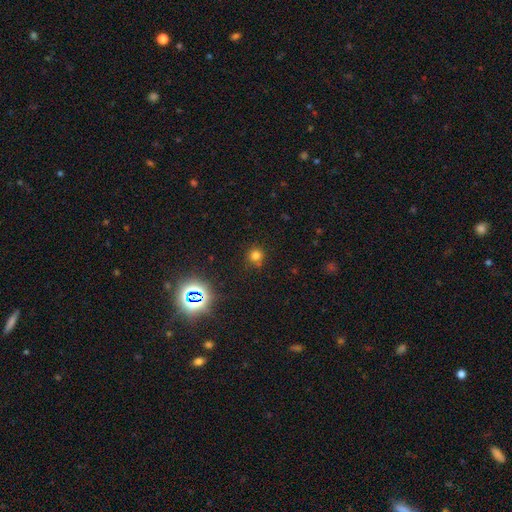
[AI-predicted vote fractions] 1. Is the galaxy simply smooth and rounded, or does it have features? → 72% smooth, 22% star or artifact, 7% featured or disk.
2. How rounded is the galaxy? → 92% round, 7% in between, 1% cigar-shaped.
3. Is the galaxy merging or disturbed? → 79% none, 10% minor disturbance, 8% merger, 3% major disturbance.